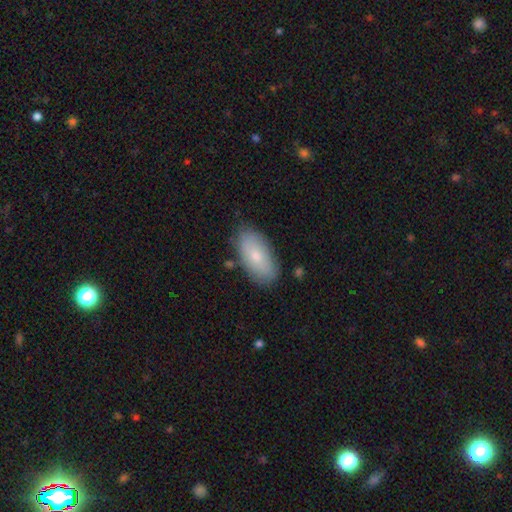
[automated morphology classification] A smooth galaxy with no disk features (75%) that is in between round and cigar-shaped (93%).

Vote fractions:
- Smooth or featured? smooth: 75% / featured or disk: 19% / star or artifact: 6%
- How rounded? in between: 93% / cigar-shaped: 4% / round: 3%
- Merging? none: 80% / minor disturbance: 15% / major disturbance: 3% / merger: 2%